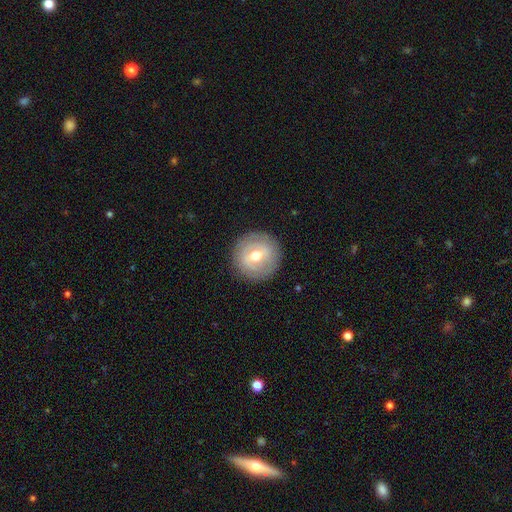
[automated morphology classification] Q: Smooth or featured?
A: featured or disk (56%); runner-up: smooth (37%)
Q: Edge-on disk?
A: no (95%); runner-up: yes (5%)
Q: Bar?
A: weak (51%); runner-up: no (28%)
Q: Spiral arms?
A: yes (52%); runner-up: no (48%)
Q: Bulge size?
A: moderate (72%); runner-up: small (21%)
Q: Merging?
A: none (87%); runner-up: minor disturbance (8%)